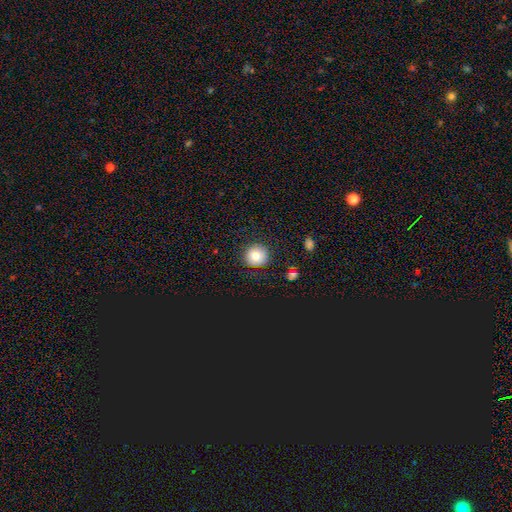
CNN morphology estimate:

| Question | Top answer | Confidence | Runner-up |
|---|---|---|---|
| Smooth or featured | smooth | 76% | star or artifact (13%) |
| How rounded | round | 93% | in between (6%) |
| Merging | none | 87% | minor disturbance (9%) |